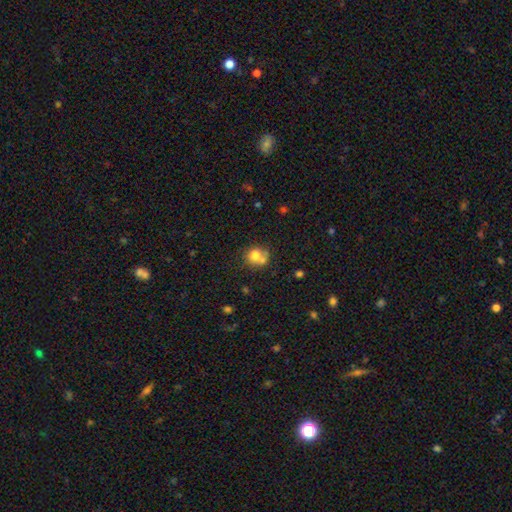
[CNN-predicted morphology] type=smooth (74%); roundness=round (78%); merging=none (42%).